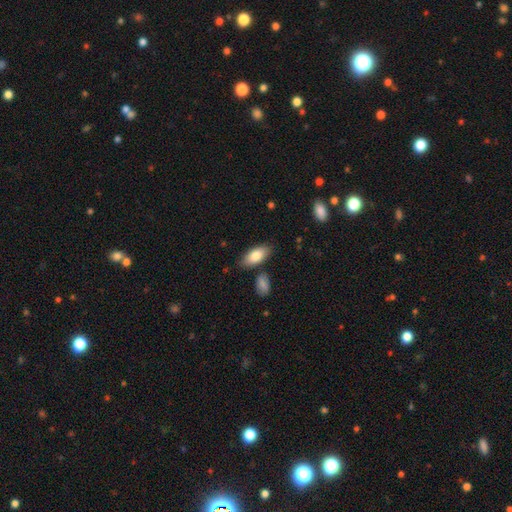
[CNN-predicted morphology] This is clearly a smooth galaxy (81%). How rounded: clearly in between (88%). Merging: clearly none (80%).